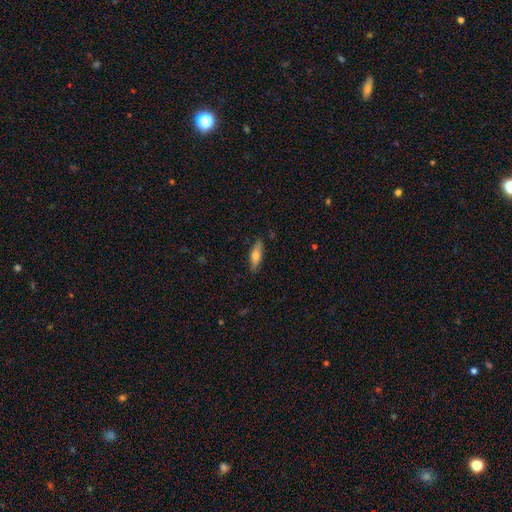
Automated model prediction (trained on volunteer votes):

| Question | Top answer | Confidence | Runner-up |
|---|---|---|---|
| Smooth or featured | smooth | 67% | featured or disk (27%) |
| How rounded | in between | 51% | cigar-shaped (47%) |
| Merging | none | 85% | minor disturbance (11%) |